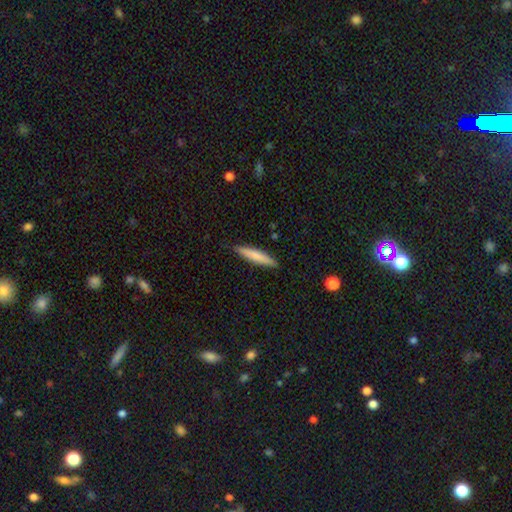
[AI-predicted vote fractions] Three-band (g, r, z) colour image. It shows a smooth galaxy with no disk features (75%) that is cigar-shaped (91%). Merging: none (88%).